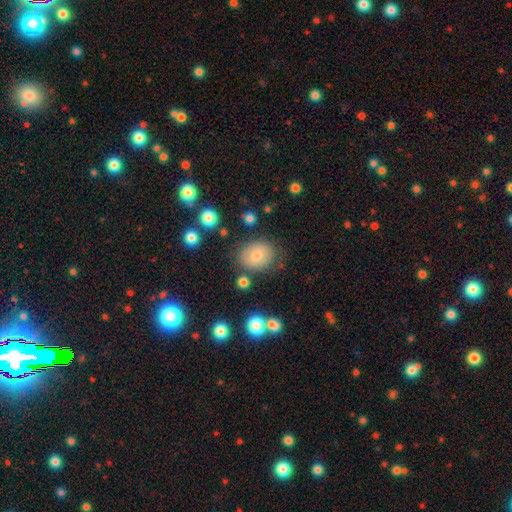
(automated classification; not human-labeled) Overall: smooth (75%). How rounded: round (57%; in between 42%). Merging: none (78%).